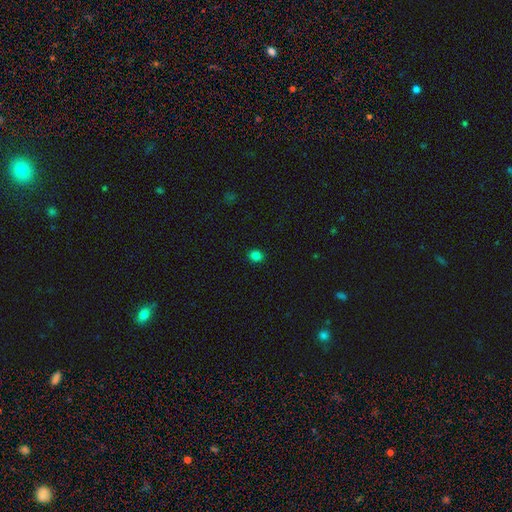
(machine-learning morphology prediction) Q: Smooth or featured?
A: smooth (82%); runner-up: star or artifact (14%)
Q: How rounded?
A: round (65%); runner-up: in between (34%)
Q: Merging?
A: none (91%); runner-up: minor disturbance (7%)